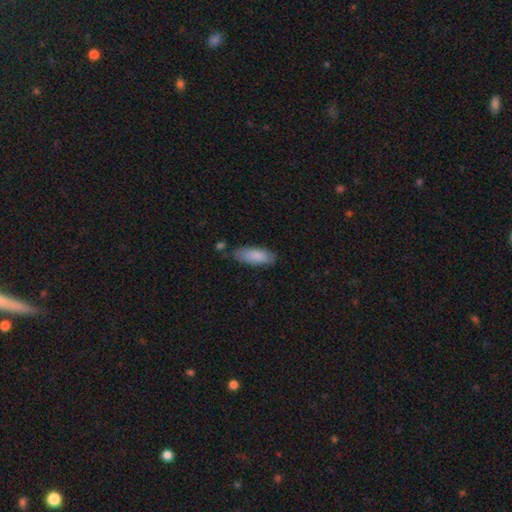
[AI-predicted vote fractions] A smooth galaxy with no disk features (87%) that is in between round and cigar-shaped (71%). Merging: none (77%).